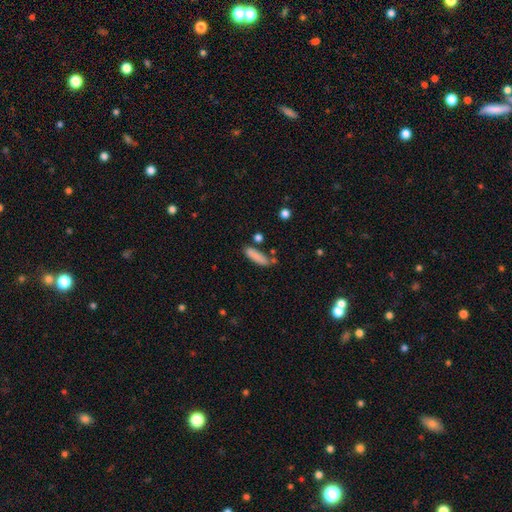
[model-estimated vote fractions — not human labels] smooth-or-featured: smooth: 84% | featured or disk: 8% | star or artifact: 8%
  how-rounded: cigar-shaped: 69% | in between: 29% | round: 2%
  merging: none: 69% | minor disturbance: 18% | merger: 8% | major disturbance: 5%